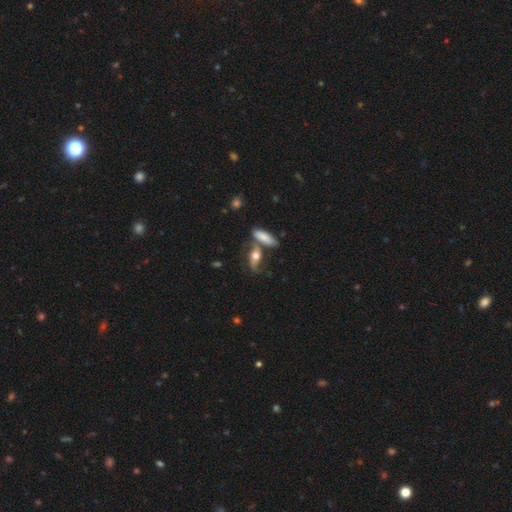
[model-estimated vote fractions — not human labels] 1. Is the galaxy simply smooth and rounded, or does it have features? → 51% smooth, 39% featured or disk, 10% star or artifact.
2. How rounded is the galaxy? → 63% in between, 28% cigar-shaped, 9% round.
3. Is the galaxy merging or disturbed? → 47% none, 28% merger, 16% minor disturbance, 9% major disturbance.